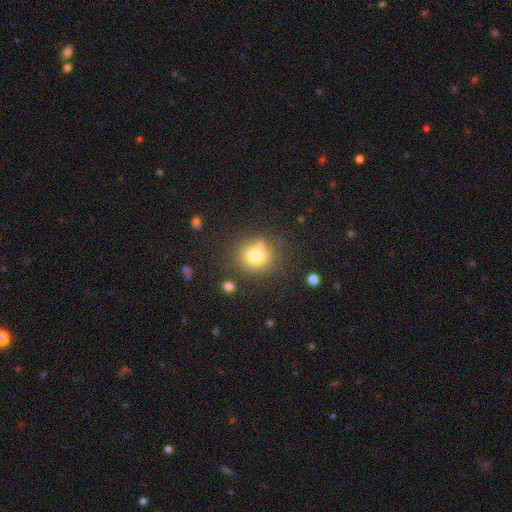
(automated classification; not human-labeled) Smooth or featured?
  - smooth: 75% *
  - star or artifact: 13%
  - featured or disk: 11%
How rounded?
  - round: 86% *
  - in between: 13%
  - cigar-shaped: 1%
Merging?
  - none: 76% *
  - minor disturbance: 11%
  - merger: 9%
  - major disturbance: 4%